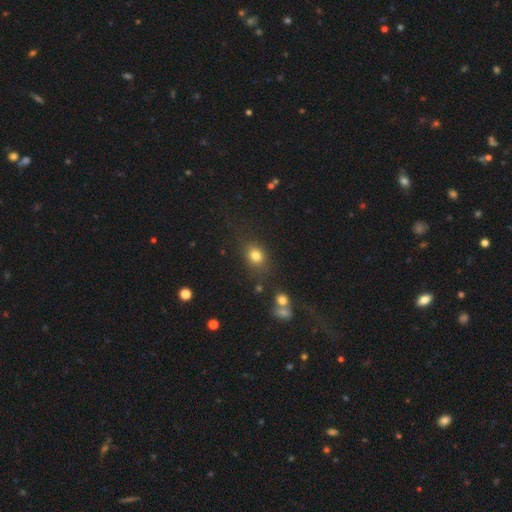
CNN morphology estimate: Smooth or featured? smooth (79%)
How rounded? round (53%)
Merging? none (73%)